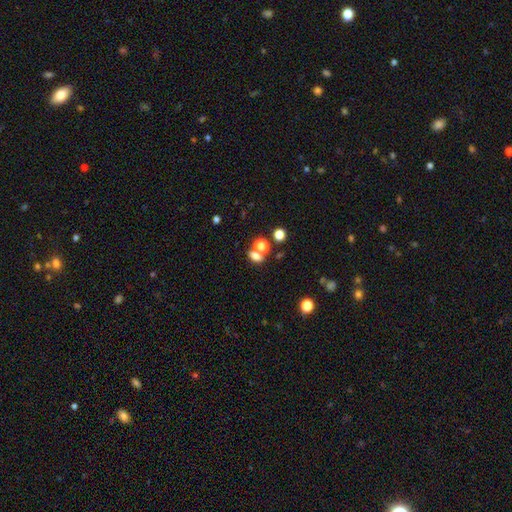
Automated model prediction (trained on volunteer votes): A smooth galaxy with no disk features (70%) that is in between round and cigar-shaped (62%).

Vote fractions:
- Smooth or featured? smooth: 70% / star or artifact: 18% / featured or disk: 12%
- How rounded? in between: 62% / round: 34% / cigar-shaped: 4%
- Merging? none: 49% / merger: 37% / minor disturbance: 10% / major disturbance: 5%